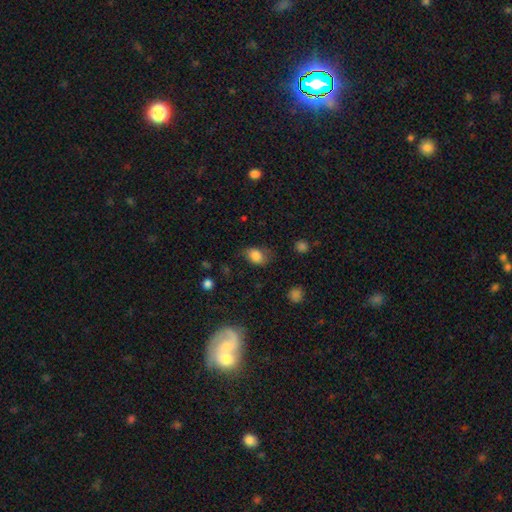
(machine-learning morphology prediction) This appears to be a smooth galaxy with no disk features (82%) that is in between round and cigar-shaped (76%). Merging: none (63%).